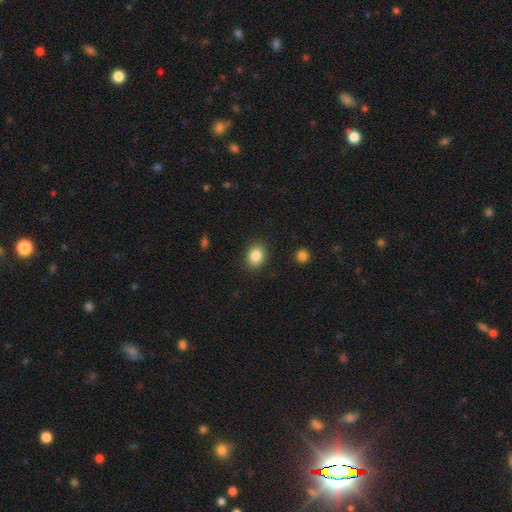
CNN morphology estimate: A smooth galaxy with no disk features (86%) that is in between round and cigar-shaped (54%).

Vote fractions:
- Smooth or featured? smooth: 86% / star or artifact: 9% / featured or disk: 6%
- How rounded? in between: 54% / round: 45% / cigar-shaped: 1%
- Merging? none: 88% / minor disturbance: 8% / major disturbance: 2% / merger: 1%